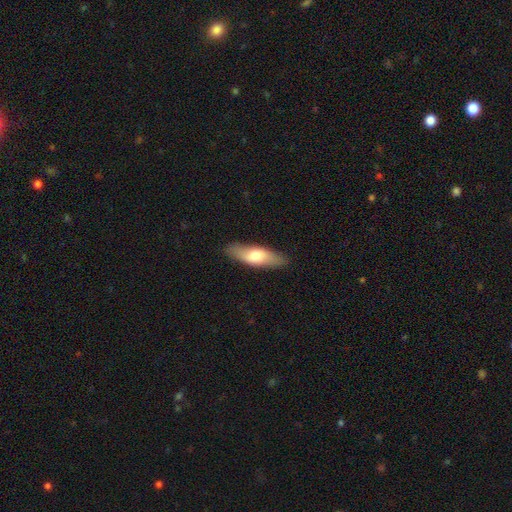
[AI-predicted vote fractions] This appears to be a smooth galaxy with no disk features (66%) that is cigar-shaped (51%). Merging: none (86%).